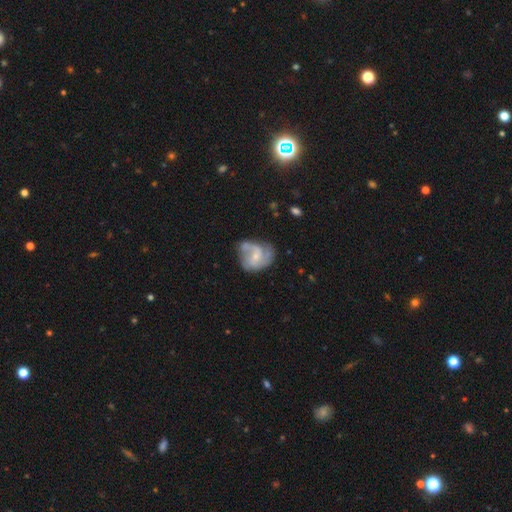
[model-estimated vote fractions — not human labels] The model was most divided on "bar": no: 52%, weak: 40%, strong: 8%. Remaining: edge-on disk — no (98%); spiral arms — yes (83%); smooth or featured — featured or disk (69%); bulge size — small (62%); spiral arm count — 2 (56%); spiral winding — medium (46%); merging — none (44%).